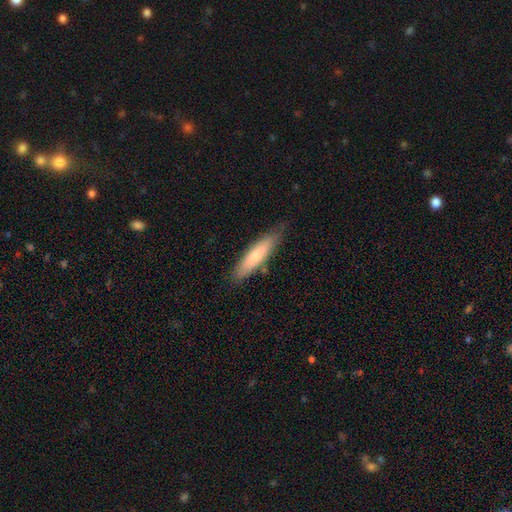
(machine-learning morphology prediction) Smooth or featured?
  - smooth: 65% *
  - featured or disk: 29%
  - star or artifact: 6%
How rounded?
  - cigar-shaped: 76% *
  - in between: 22%
  - round: 1%
Merging?
  - none: 78% *
  - minor disturbance: 16%
  - major disturbance: 3%
  - merger: 3%